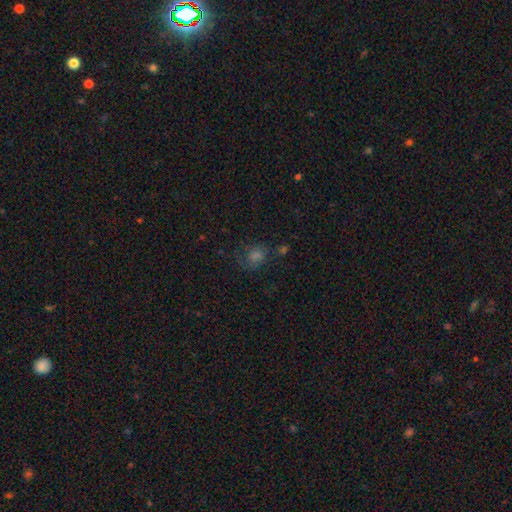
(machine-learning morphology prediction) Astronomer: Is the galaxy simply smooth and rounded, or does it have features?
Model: smooth — 51% (runner-up: star or artifact, 32%).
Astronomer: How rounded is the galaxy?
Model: round — 71%.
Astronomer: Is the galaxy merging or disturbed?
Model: none — 64%.